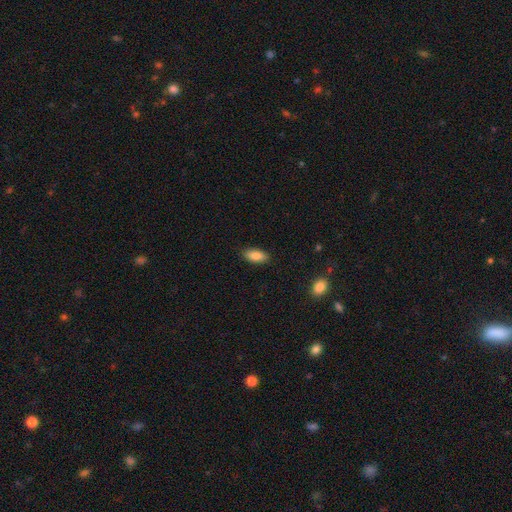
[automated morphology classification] A smooth galaxy with no disk features (86%) that is in between round and cigar-shaped (89%). Merging: none (88%).